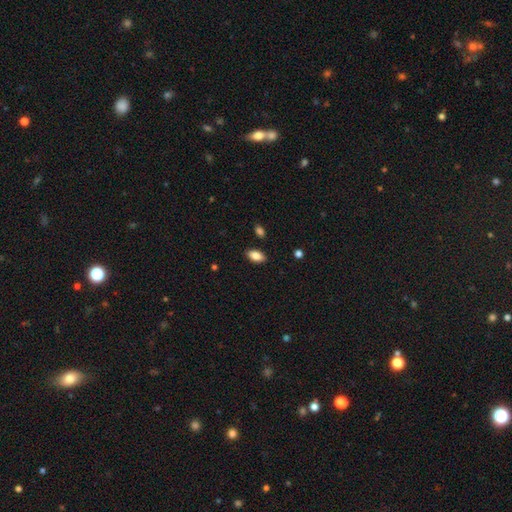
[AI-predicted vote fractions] Morphology: type=smooth (85%); roundness=in between (92%); merging=none (87%).